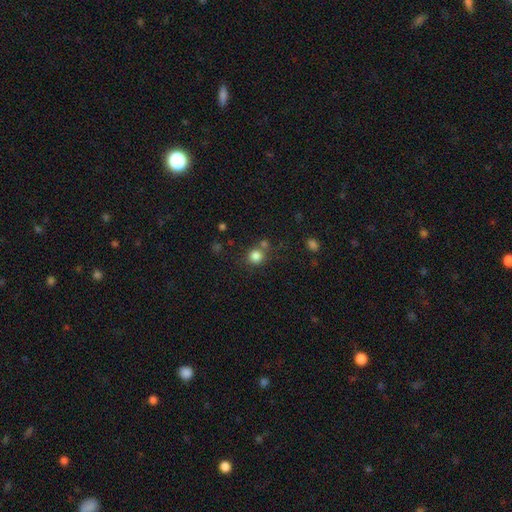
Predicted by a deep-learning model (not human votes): The model was most divided on "merging": none: 68%, merger: 18%, minor disturbance: 10%, major disturbance: 4%. More confident: how rounded — round (89%); smooth or featured — smooth (83%).